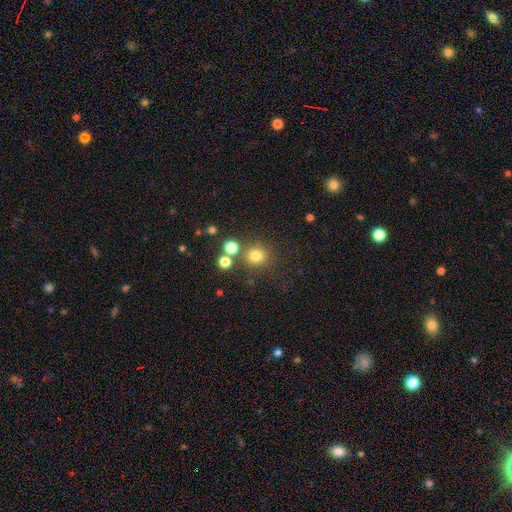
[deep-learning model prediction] Smooth or featured? Predicted: smooth (p=0.77). How rounded? Predicted: round (p=0.91). Merging? Predicted: none (p=0.76).